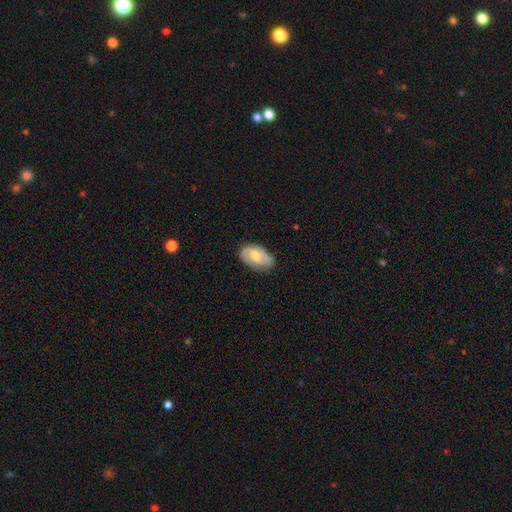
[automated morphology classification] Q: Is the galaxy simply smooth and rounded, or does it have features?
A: featured or disk — 58%.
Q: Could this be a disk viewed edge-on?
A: no — 95%.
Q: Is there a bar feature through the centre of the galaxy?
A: no — 46%.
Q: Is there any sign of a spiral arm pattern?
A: yes — 85%.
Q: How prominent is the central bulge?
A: moderate — 56%.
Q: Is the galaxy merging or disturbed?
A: none — 72%.